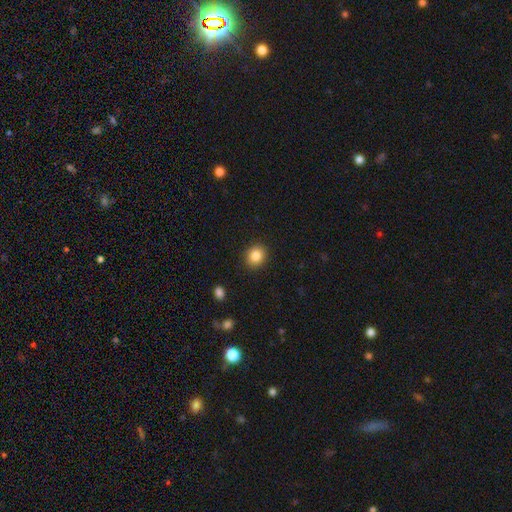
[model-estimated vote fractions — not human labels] Smooth or featured? Predicted: smooth (p=0.85). How rounded? Predicted: round (p=0.74). Merging? Predicted: none (p=0.90).